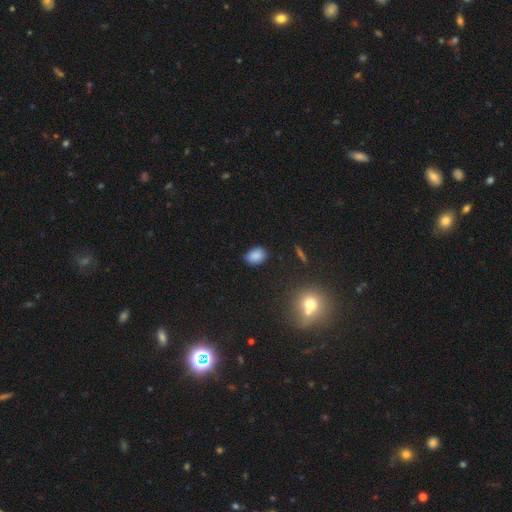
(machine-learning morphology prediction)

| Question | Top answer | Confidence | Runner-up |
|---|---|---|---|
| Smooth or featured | smooth | 84% | star or artifact (11%) |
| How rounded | in between | 74% | round (25%) |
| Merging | none | 80% | minor disturbance (16%) |